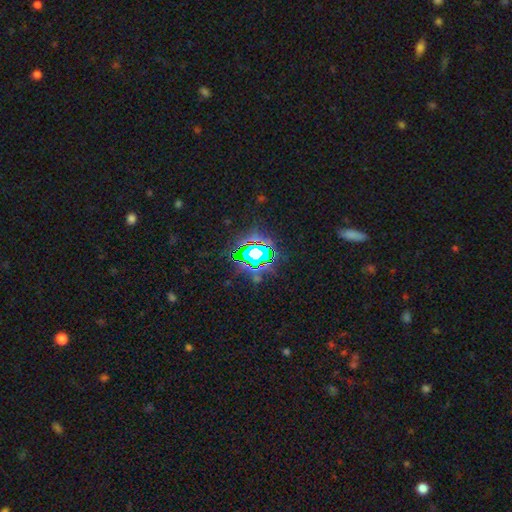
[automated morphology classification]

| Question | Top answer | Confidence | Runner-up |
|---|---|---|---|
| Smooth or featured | star or artifact | 74% | smooth (14%) |